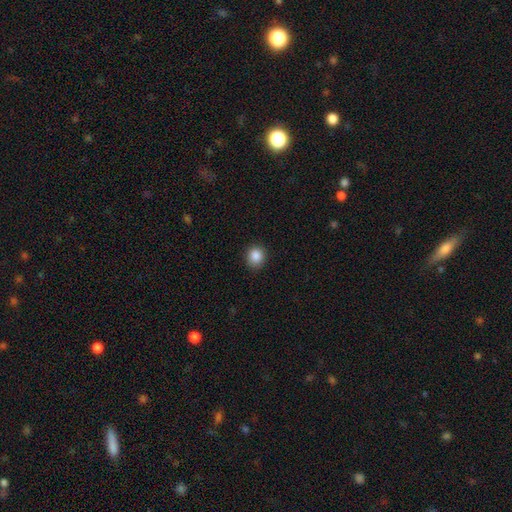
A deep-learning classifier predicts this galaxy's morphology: Q: Smooth or featured?
A: smooth (87%); runner-up: star or artifact (9%)
Q: How rounded?
A: round (81%); runner-up: in between (18%)
Q: Merging?
A: none (88%); runner-up: minor disturbance (9%)